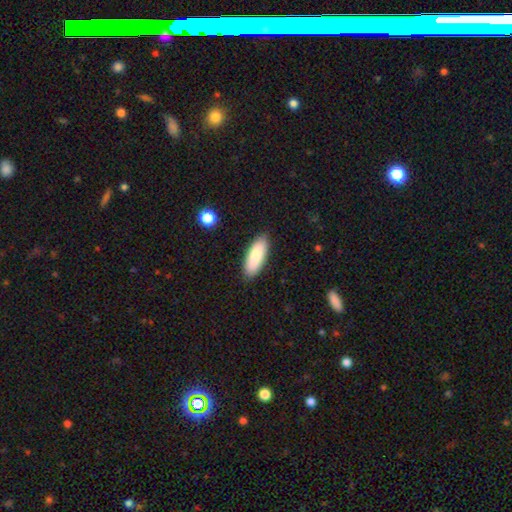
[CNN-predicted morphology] smooth 85%, featured or disk 9%, star or artifact 6%. Down the decision tree: how rounded — in between (74%); merging — none (87%).